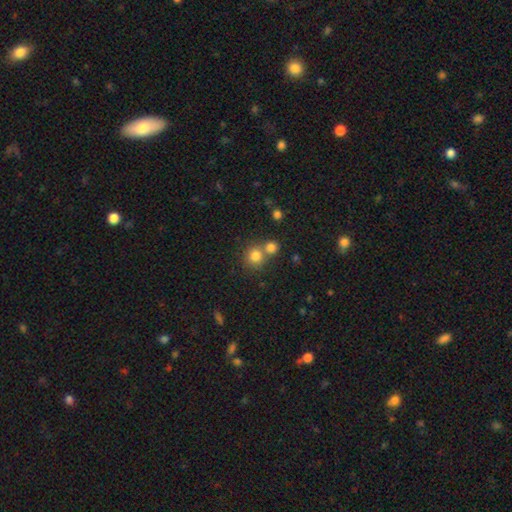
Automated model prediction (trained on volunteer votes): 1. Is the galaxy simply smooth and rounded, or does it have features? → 79% smooth, 13% star or artifact, 8% featured or disk.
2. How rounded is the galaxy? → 88% round, 11% in between, 1% cigar-shaped.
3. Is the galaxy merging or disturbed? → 53% none, 37% merger, 7% minor disturbance, 3% major disturbance.